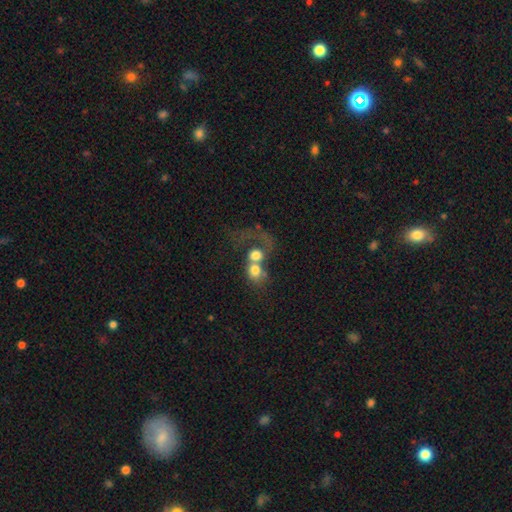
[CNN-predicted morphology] smooth 62%, featured or disk 27%, star or artifact 11%. Down the decision tree: how rounded — round (67%); merging — merger (70%).